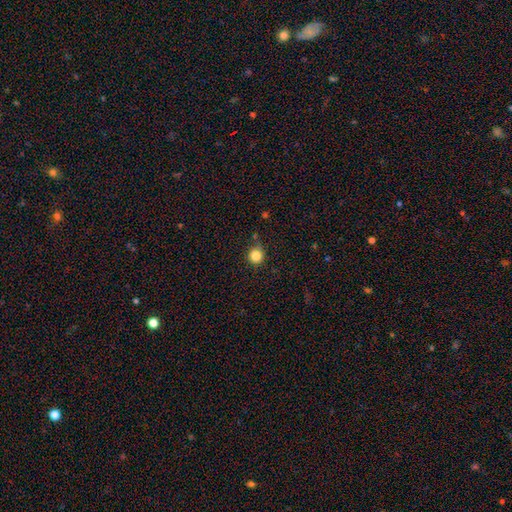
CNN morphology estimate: type=smooth (84%); roundness=round (92%); merging=none (77%).